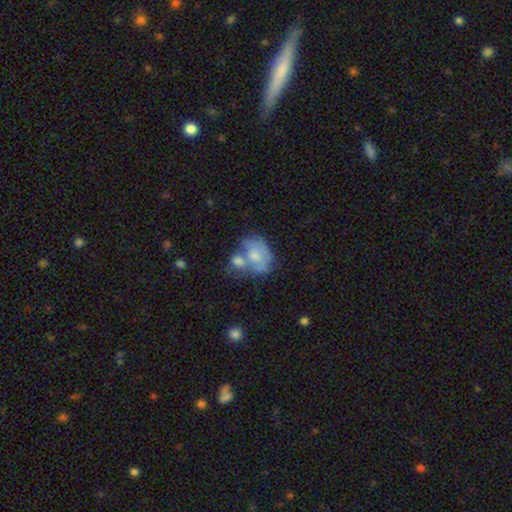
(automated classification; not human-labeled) This is possibly a smooth galaxy (54%). How rounded: possibly in between (59%). Merging: possibly merger (52%).